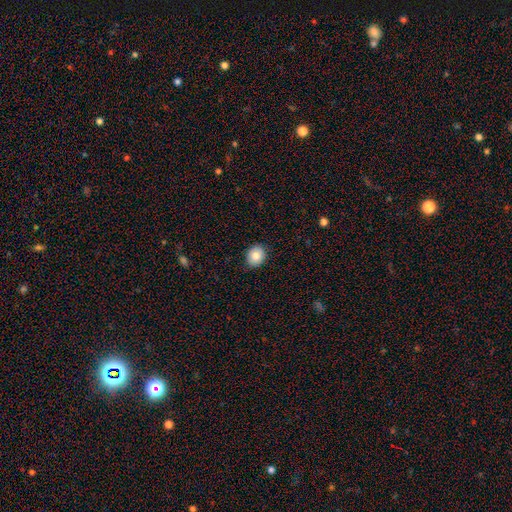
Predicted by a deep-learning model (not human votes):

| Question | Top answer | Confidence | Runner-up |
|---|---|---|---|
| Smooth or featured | smooth | 82% | featured or disk (10%) |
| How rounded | round | 68% | in between (32%) |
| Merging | none | 89% | minor disturbance (8%) |